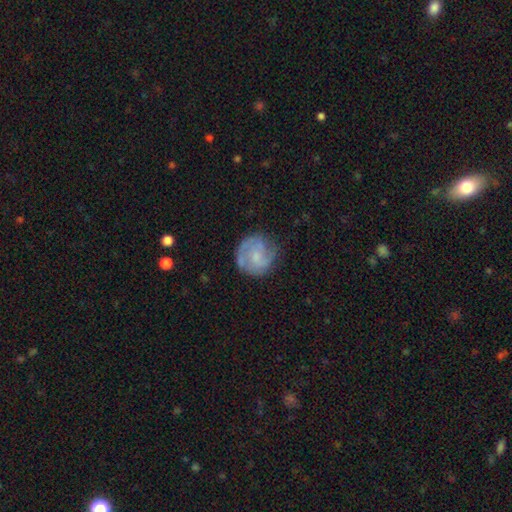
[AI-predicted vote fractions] This is likely a featured or disk galaxy (69%). It is clearly not viewed edge-on (98%). Bar: possibly no (57%). Spiral arm pattern: clearly yes (90%). Spiral arm count: possibly 2 (47%). Spiral winding: marginally medium (44%). Central bulge: possibly small (52%). Merging: likely none (72%).